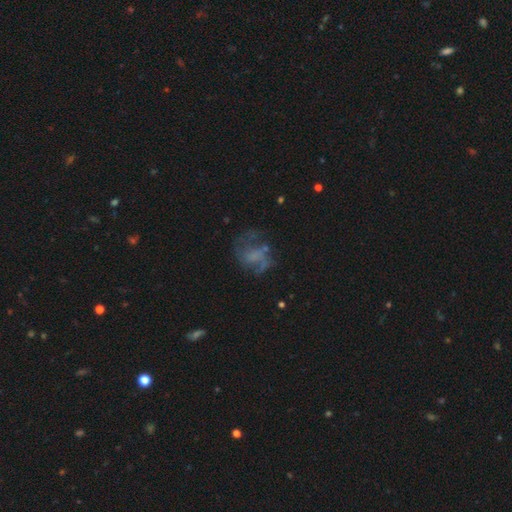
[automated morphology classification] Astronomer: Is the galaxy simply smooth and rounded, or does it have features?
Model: featured or disk — 60%.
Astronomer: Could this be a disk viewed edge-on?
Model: no — 98%.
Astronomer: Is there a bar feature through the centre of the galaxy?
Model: no — 71%.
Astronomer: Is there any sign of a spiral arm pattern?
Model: yes — 65%.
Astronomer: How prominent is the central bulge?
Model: none — 68%.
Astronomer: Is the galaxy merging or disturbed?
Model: none — 46% (runner-up: major disturbance, 30%).